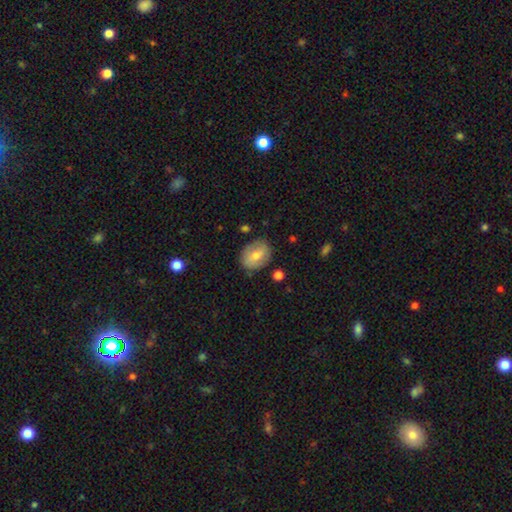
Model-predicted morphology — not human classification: smooth_or_featured: smooth (p=0.63) [alt: featured or disk p=0.30]
how_rounded: in between (p=0.60) [alt: round p=0.39]
merging: none (p=0.80) [alt: minor disturbance p=0.15]